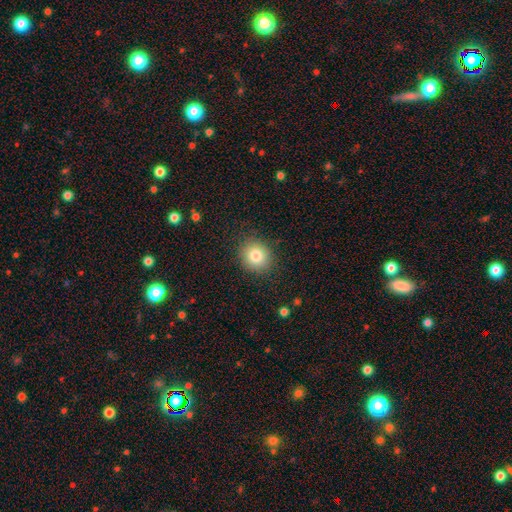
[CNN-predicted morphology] smooth_or_featured: smooth (p=0.82) [alt: star or artifact p=0.10]
how_rounded: round (p=0.80) [alt: in between p=0.19]
merging: none (p=0.87) [alt: minor disturbance p=0.09]